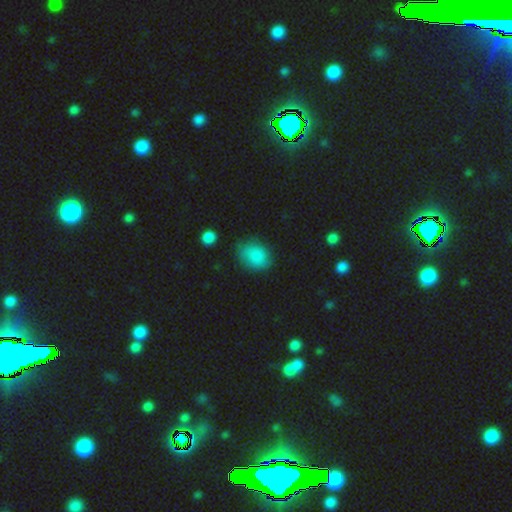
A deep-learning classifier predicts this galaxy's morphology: Smooth or featured? smooth (84%)
How rounded? in between (64%)
Merging? none (69%)